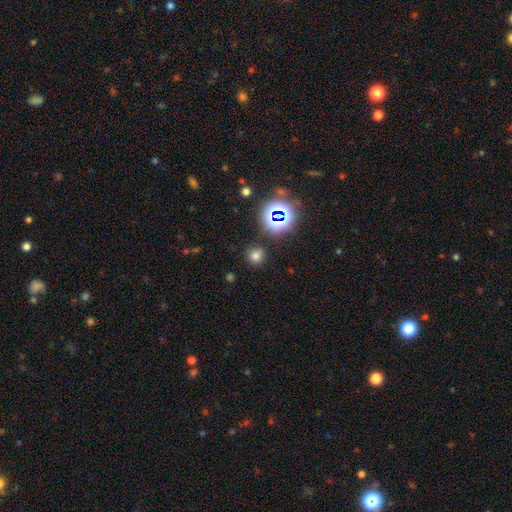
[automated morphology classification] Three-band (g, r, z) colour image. It shows a smooth galaxy with no disk features (68%) that is round (90%). Merging: none (85%).